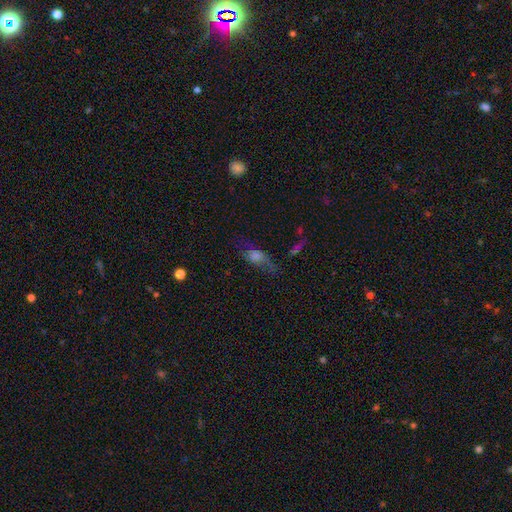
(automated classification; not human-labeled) Smooth or featured: smooth — 40% (featured or disk — 37%)
Merging: none — 53% (minor disturbance — 22%)